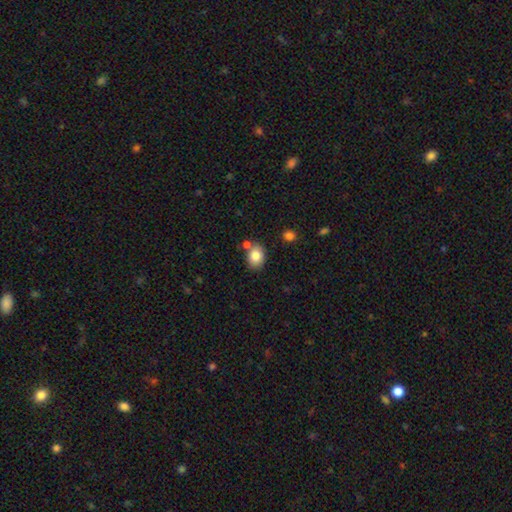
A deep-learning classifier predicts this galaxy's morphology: Smooth or featured: smooth — 82% (featured or disk — 9%)
How rounded: in between — 63% (round — 36%)
Merging: none — 71% (minor disturbance — 13%)